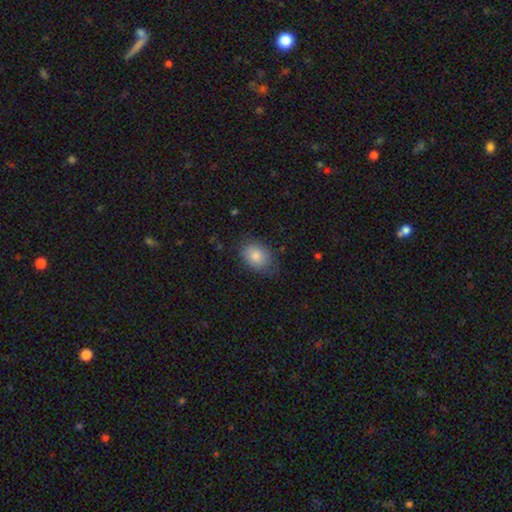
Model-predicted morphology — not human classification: The model was most divided on "how rounded": in between: 74%, round: 25%, cigar-shaped: 1%. More confident: smooth or featured — smooth (84%); merging — none (73%).